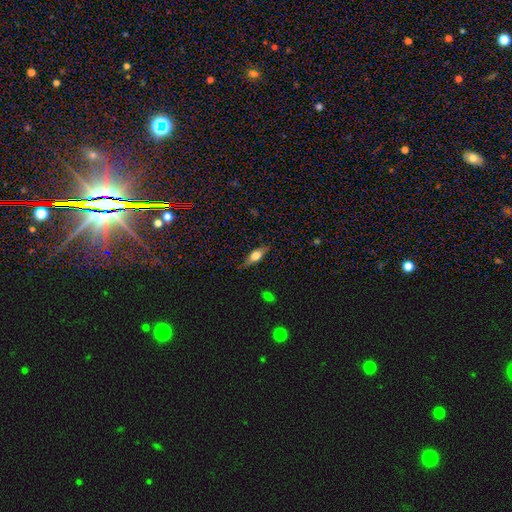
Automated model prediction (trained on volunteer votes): Smooth or featured?
  - smooth: 56% *
  - featured or disk: 35%
  - star or artifact: 9%
How rounded?
  - in between: 63% *
  - cigar-shaped: 32%
  - round: 5%
Merging?
  - none: 79% *
  - minor disturbance: 16%
  - major disturbance: 4%
  - merger: 1%